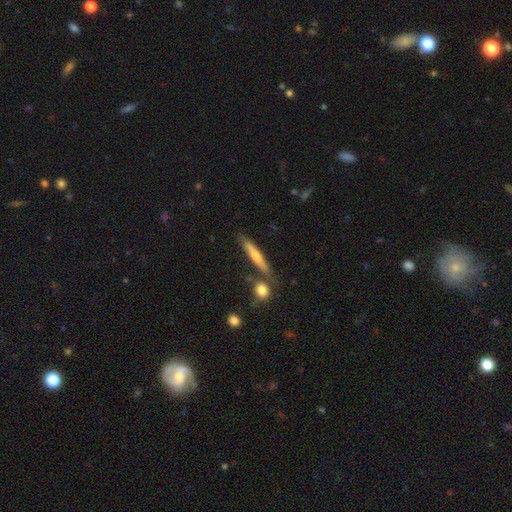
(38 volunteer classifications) Smooth or featured? smooth (68%)
How rounded? cigar-shaped (88%)
Merging? none (70%)